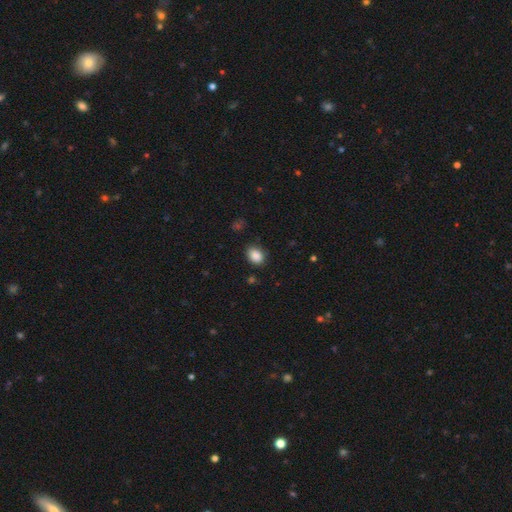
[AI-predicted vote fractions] This appears to be a smooth galaxy with no disk features (88%) that is in between round and cigar-shaped (70%). Merging: none (83%).